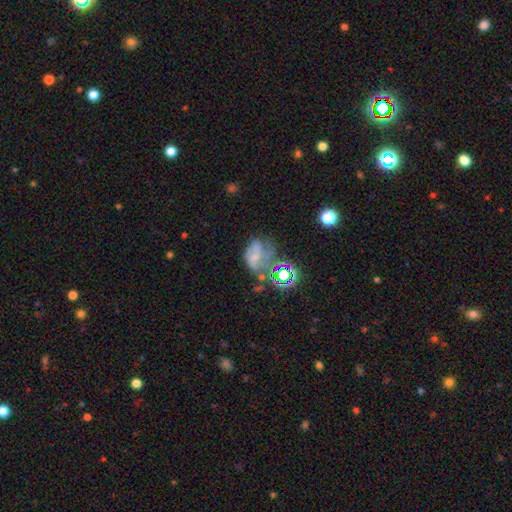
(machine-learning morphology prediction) Smooth or featured? Predicted: featured or disk (p=0.40). Merging? Predicted: major disturbance (p=0.37).